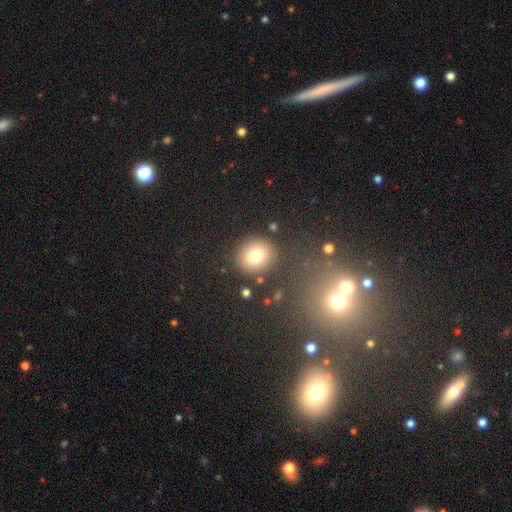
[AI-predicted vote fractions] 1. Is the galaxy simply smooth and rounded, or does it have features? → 78% smooth, 12% star or artifact, 10% featured or disk.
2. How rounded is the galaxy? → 80% round, 19% in between, 1% cigar-shaped.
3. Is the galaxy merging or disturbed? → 85% none, 8% minor disturbance, 3% merger, 3% major disturbance.